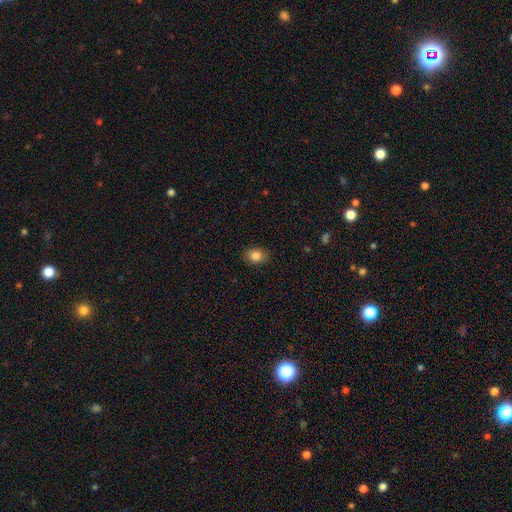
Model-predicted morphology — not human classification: Smooth or featured: smooth — 85% (star or artifact — 10%)
How rounded: in between — 58% (round — 41%)
Merging: none — 86% (minor disturbance — 10%)